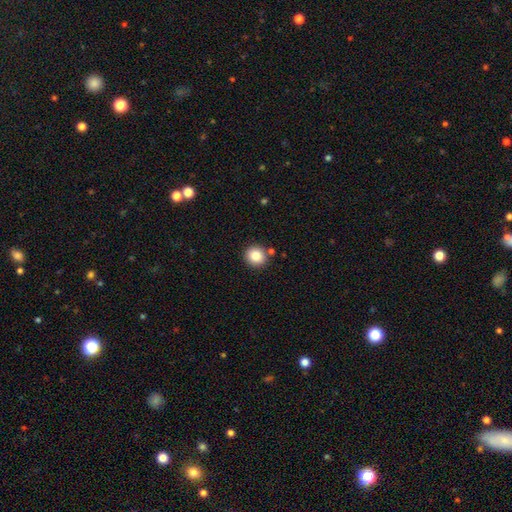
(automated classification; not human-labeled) The model was most divided on "smooth or featured": smooth: 85%, star or artifact: 10%, featured or disk: 6%. More confident: how rounded — round (89%); merging — none (85%).